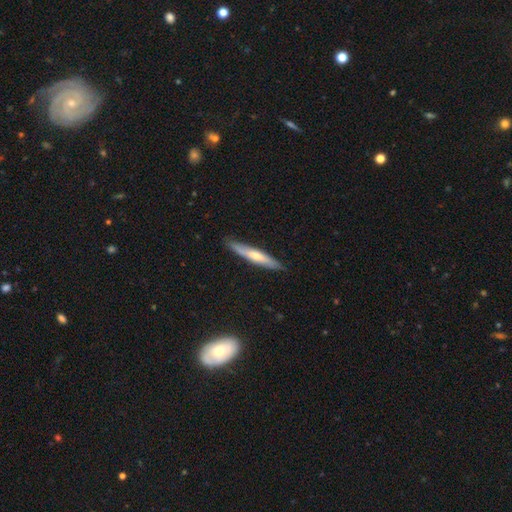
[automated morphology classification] Overall: featured or disk (48%; smooth 46%). Merging: none (87%).